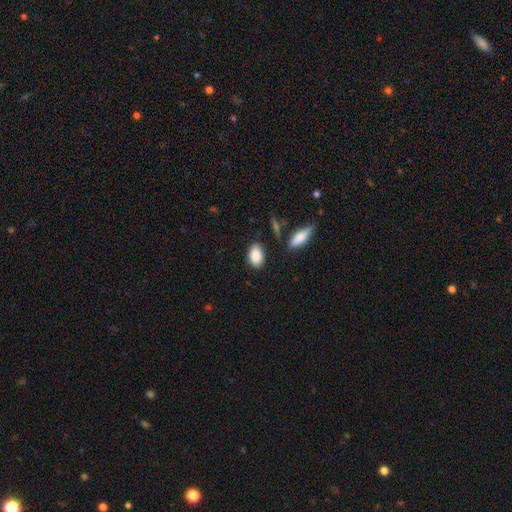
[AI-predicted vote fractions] This is clearly a smooth galaxy (88%). How rounded: clearly in between (88%). Merging: clearly none (82%).